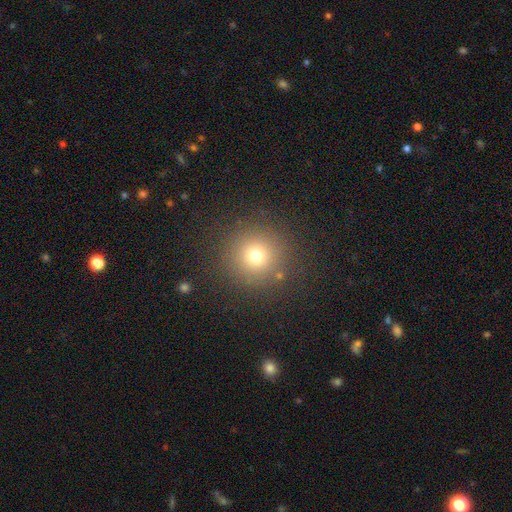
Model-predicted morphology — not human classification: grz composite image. It shows a smooth galaxy with no disk features (72%) that is round (95%). Merging: none (88%).